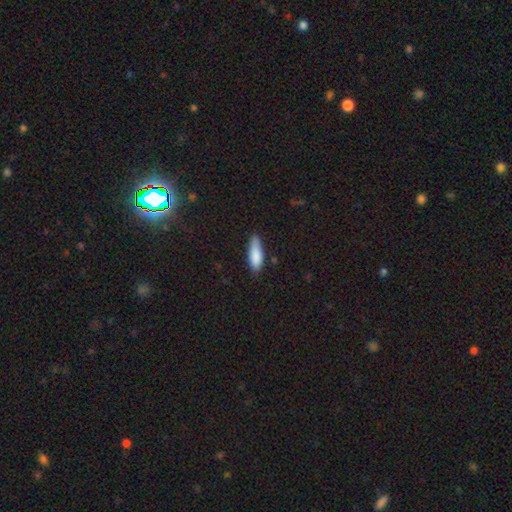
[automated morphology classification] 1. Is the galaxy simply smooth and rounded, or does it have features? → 86% smooth, 8% featured or disk, 6% star or artifact.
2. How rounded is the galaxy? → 56% in between, 42% cigar-shaped, 2% round.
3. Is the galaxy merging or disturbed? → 70% none, 24% minor disturbance, 4% major disturbance, 2% merger.